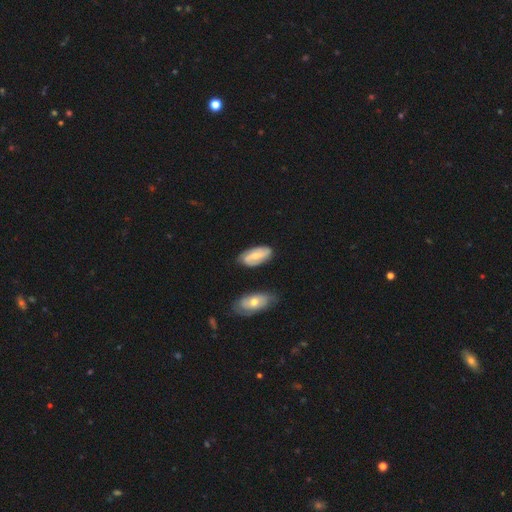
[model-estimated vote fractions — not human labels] Smooth or featured? Predicted: featured or disk (p=0.60). Edge-on disk? Predicted: no (p=0.93). Bar? Predicted: weak (p=0.43). Spiral arms? Predicted: yes (p=0.88). Bulge size? Predicted: small (p=0.55). Merging? Predicted: none (p=0.76).